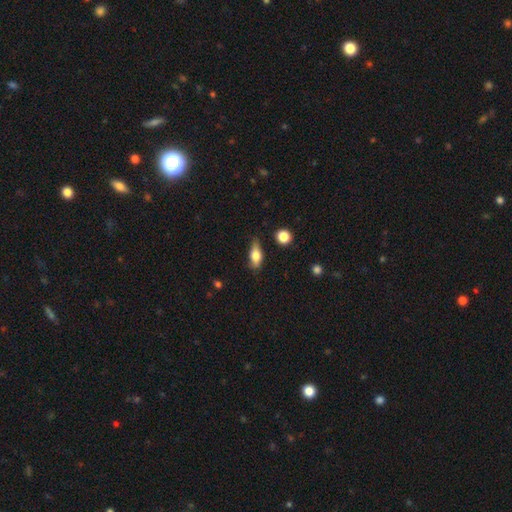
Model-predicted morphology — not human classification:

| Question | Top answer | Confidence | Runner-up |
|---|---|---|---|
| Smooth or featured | smooth | 73% | featured or disk (19%) |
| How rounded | in between | 75% | cigar-shaped (19%) |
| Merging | none | 69% | minor disturbance (24%) |